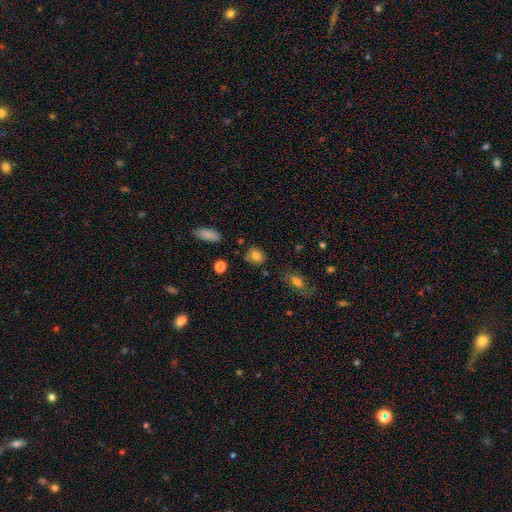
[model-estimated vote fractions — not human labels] The model was most divided on "how rounded": round: 62%, in between: 37%, cigar-shaped: 1%. More confident: smooth or featured — smooth (80%); merging — none (75%).